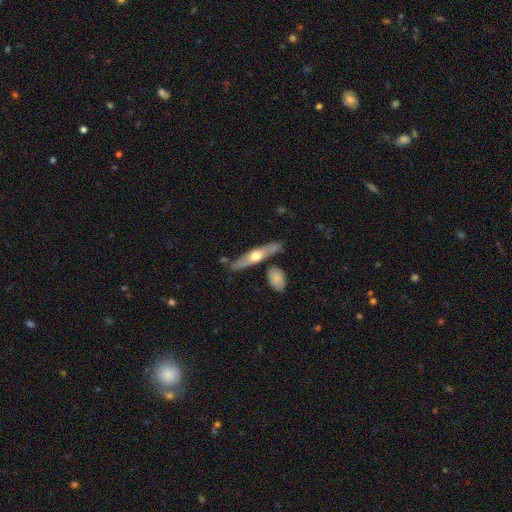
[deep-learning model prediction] Morphology: type=featured or disk (57%); edge-on=yes (86%); merging=none (74%).